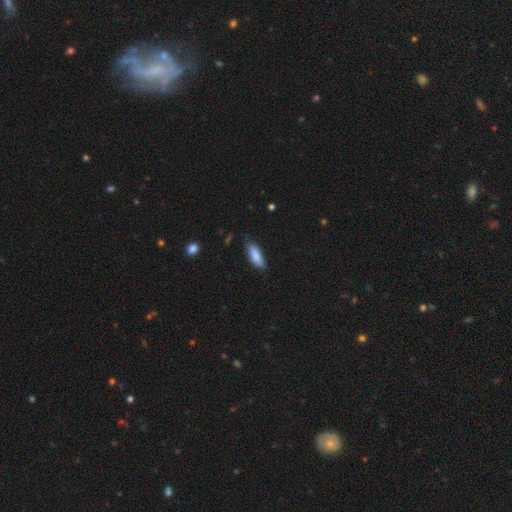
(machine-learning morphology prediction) This is clearly a smooth galaxy (84%). How rounded: possibly in between (57%). Merging: likely none (75%).